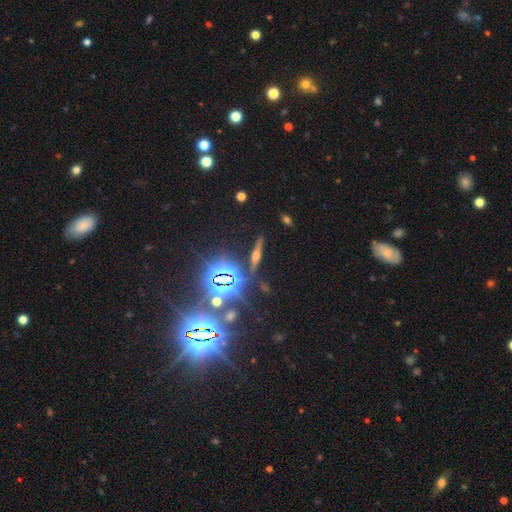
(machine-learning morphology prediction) Smooth or featured? featured or disk (48%)
Merging? none (85%)